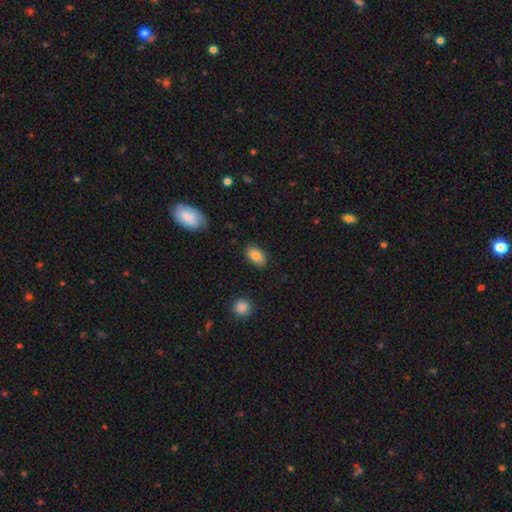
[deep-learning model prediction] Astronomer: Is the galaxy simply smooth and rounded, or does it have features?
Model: smooth — 85%.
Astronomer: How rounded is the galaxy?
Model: in between — 91%.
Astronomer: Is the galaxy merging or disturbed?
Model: none — 86%.